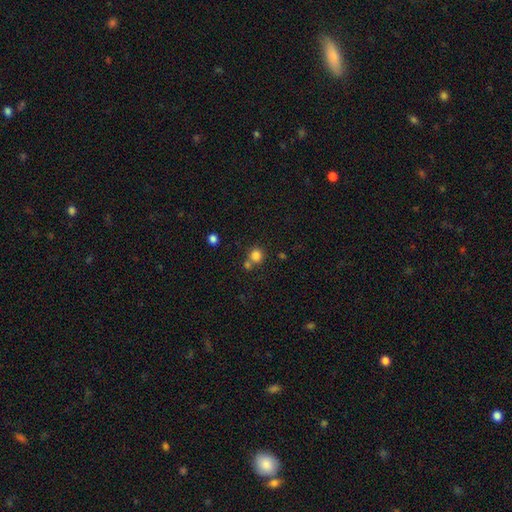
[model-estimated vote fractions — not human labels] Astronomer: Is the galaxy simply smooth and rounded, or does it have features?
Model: smooth — 82%.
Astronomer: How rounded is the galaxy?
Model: round — 87%.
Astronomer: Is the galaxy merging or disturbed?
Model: none — 63%.